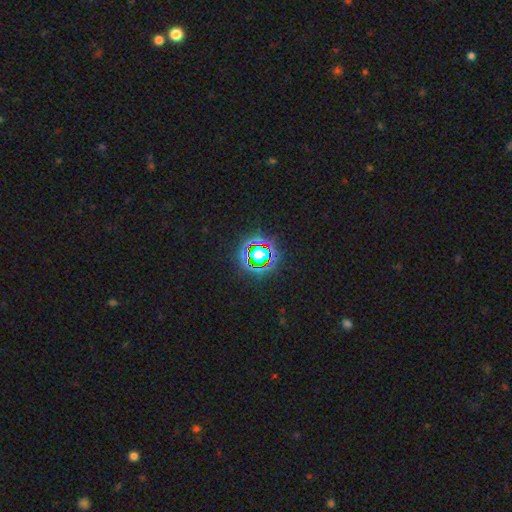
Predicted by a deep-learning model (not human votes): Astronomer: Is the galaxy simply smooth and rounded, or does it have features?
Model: star or artifact — 64%.